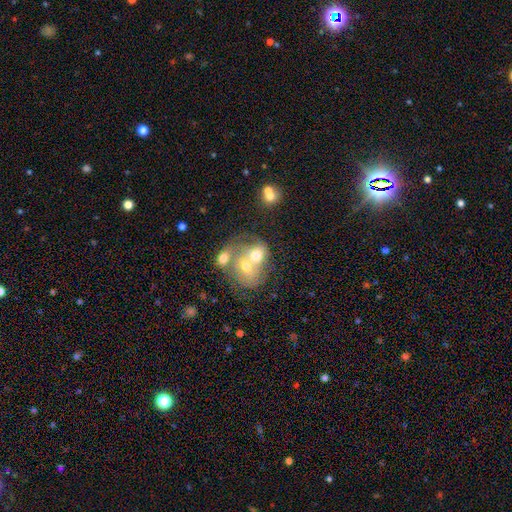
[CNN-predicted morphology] This is possibly a smooth galaxy (52%). How rounded: possibly in between (54%). Merging: likely merger (74%).